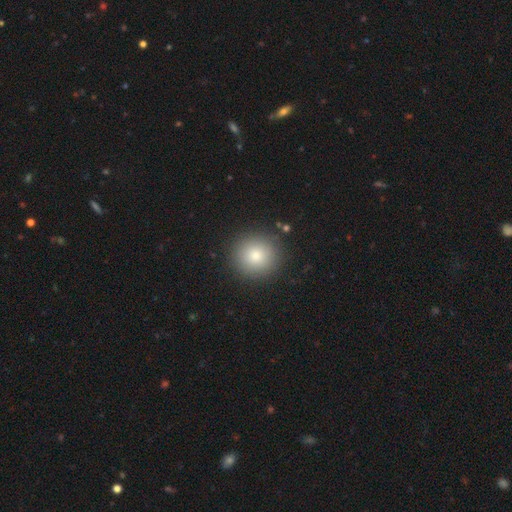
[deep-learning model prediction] Overall: smooth (82%). How rounded: round (94%). Merging: none (89%).